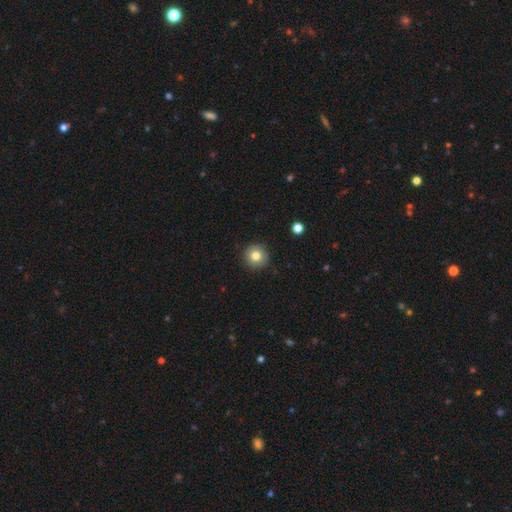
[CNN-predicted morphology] Q: Smooth or featured?
A: smooth (80%); runner-up: star or artifact (10%)
Q: How rounded?
A: round (95%); runner-up: in between (4%)
Q: Merging?
A: none (91%); runner-up: minor disturbance (6%)